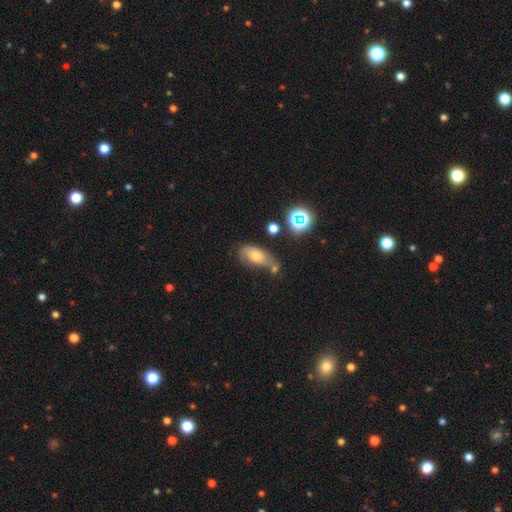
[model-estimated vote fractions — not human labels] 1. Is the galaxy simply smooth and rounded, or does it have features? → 59% smooth, 25% featured or disk, 15% star or artifact.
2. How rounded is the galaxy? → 86% in between, 8% round, 5% cigar-shaped.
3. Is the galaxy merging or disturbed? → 43% none, 25% minor disturbance, 21% merger, 11% major disturbance.